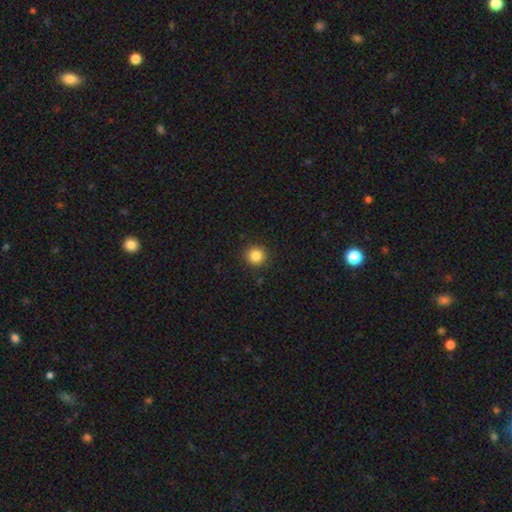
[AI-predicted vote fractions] Morphology: type=smooth (84%); roundness=round (94%); merging=none (91%).